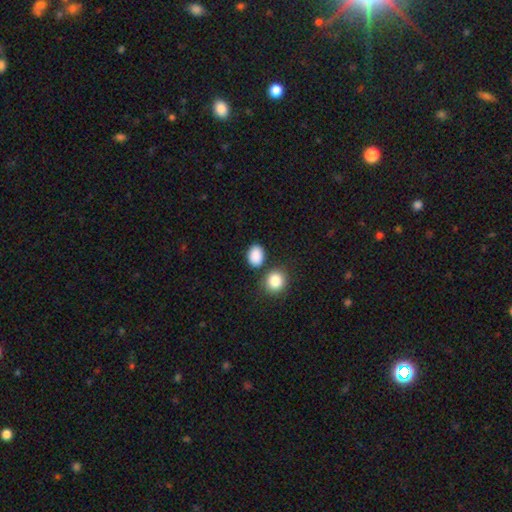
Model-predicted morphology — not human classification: The model was most divided on "how rounded": in between: 65%, round: 34%, cigar-shaped: 1%. More confident: smooth or featured — smooth (88%); merging — none (76%).